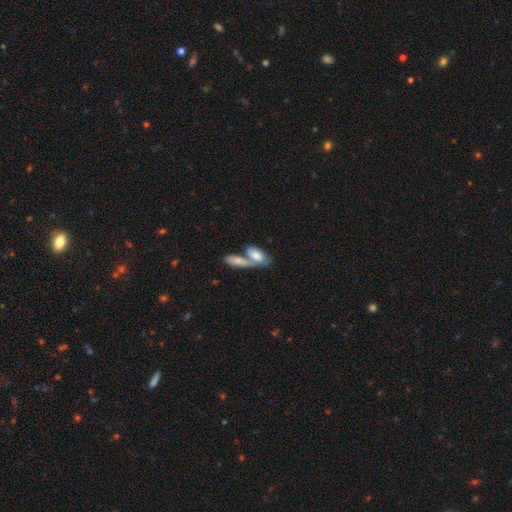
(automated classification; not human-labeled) A smooth galaxy with no disk features (72%) that is in between round and cigar-shaped (86%).

Vote fractions:
- Smooth or featured? smooth: 72% / featured or disk: 22% / star or artifact: 6%
- How rounded? in between: 86% / cigar-shaped: 11% / round: 3%
- Merging? merger: 59% / none: 27% / minor disturbance: 9% / major disturbance: 5%